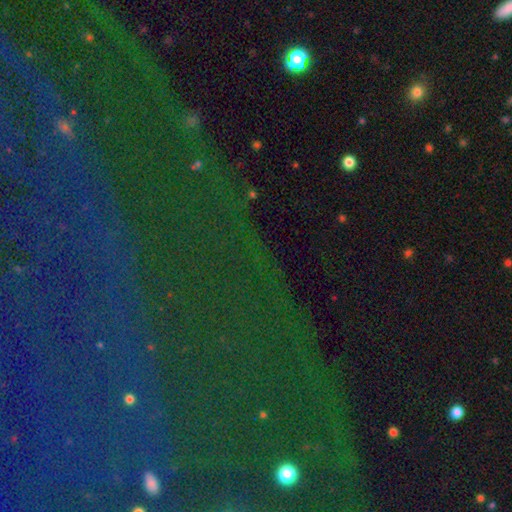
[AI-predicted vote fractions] Smooth or featured? Predicted: star or artifact (p=0.82).